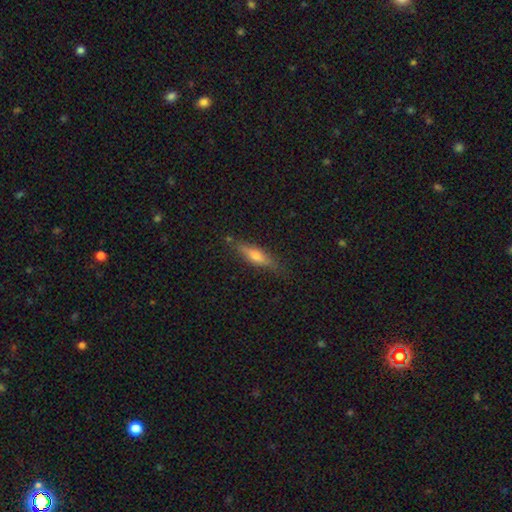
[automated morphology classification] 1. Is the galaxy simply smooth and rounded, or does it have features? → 48% smooth, 45% featured or disk, 8% star or artifact.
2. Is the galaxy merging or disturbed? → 81% none, 14% minor disturbance, 3% major disturbance, 2% merger.